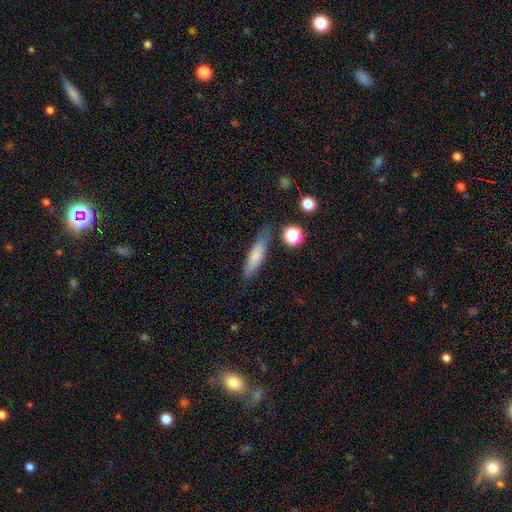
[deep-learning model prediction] smooth-or-featured: smooth: 76% | featured or disk: 16% | star or artifact: 8%
  how-rounded: cigar-shaped: 68% | in between: 30% | round: 3%
  merging: none: 72% | minor disturbance: 19% | major disturbance: 5% | merger: 4%